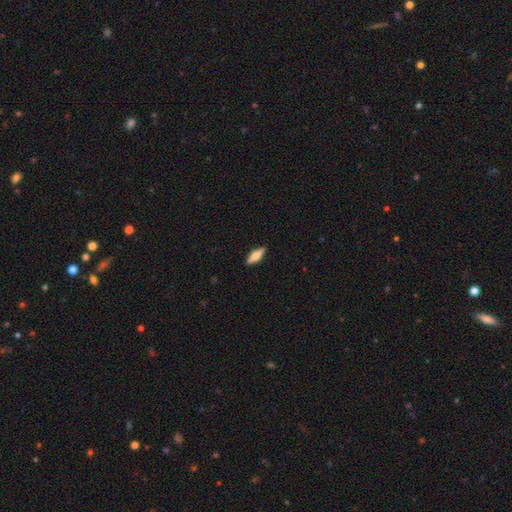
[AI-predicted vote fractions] Smooth or featured: smooth — 52% (featured or disk — 42%)
How rounded: in between — 49% (cigar-shaped — 48%)
Merging: none — 89% (minor disturbance — 8%)